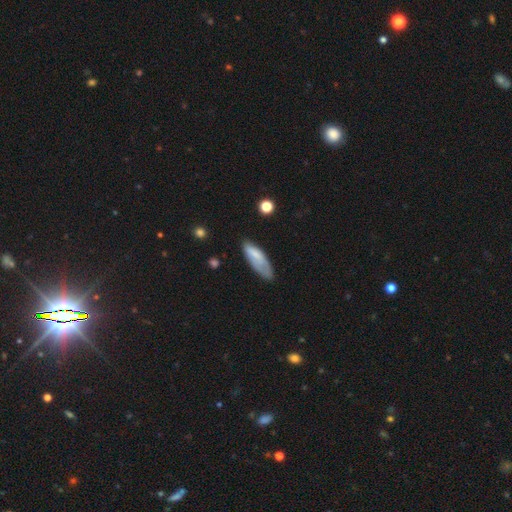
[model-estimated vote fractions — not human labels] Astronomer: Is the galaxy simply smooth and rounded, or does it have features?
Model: smooth — 72%.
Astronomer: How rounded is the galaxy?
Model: in between — 60% (runner-up: cigar-shaped, 38%).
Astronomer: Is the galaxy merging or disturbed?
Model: none — 48% (runner-up: minor disturbance, 35%).